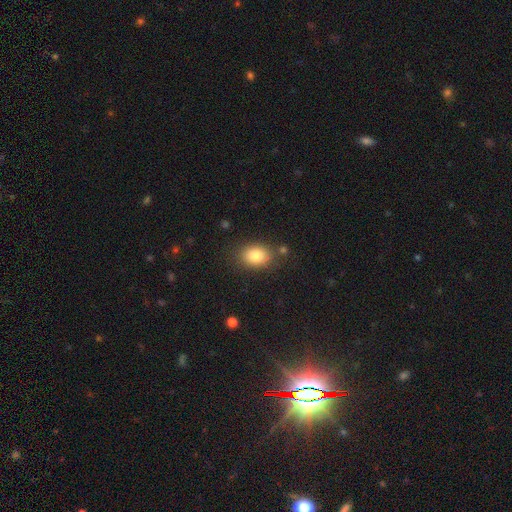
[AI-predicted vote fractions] This appears to be a smooth galaxy with no disk features (84%) that is in between round and cigar-shaped (71%). Merging: none (78%).